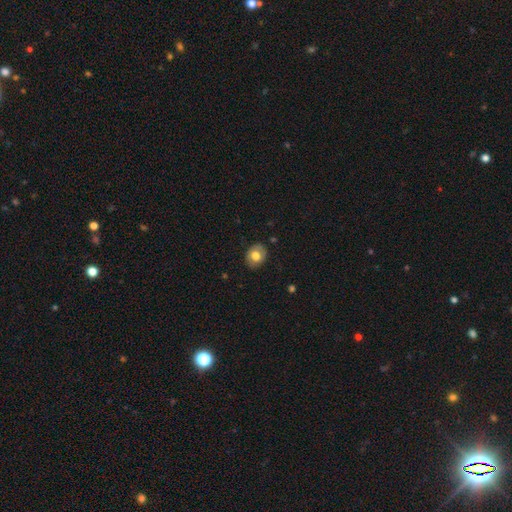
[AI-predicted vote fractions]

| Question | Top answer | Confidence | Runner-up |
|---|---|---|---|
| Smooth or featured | smooth | 72% | featured or disk (20%) |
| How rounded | round | 51% | in between (48%) |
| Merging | none | 84% | minor disturbance (13%) |